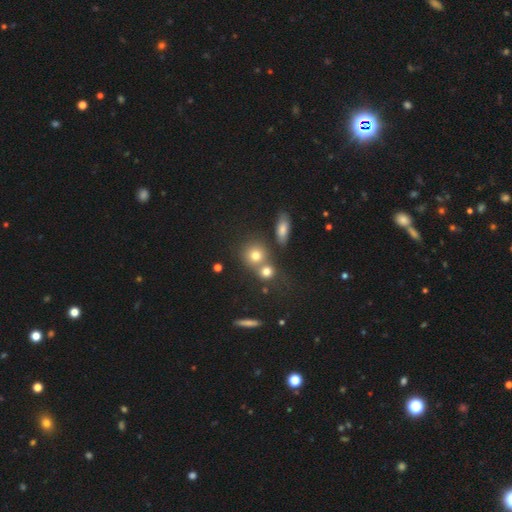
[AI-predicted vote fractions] Smooth or featured? smooth (74%)
How rounded? round (79%)
Merging? none (49%)